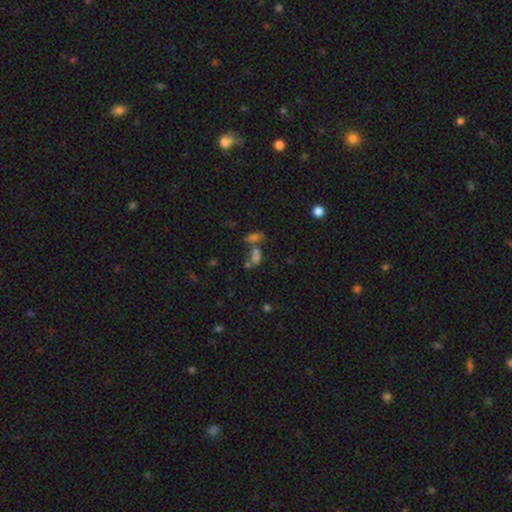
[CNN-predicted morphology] This is possibly a smooth galaxy (51%). How rounded: likely in between (63%). Merging: possibly merger (49%).